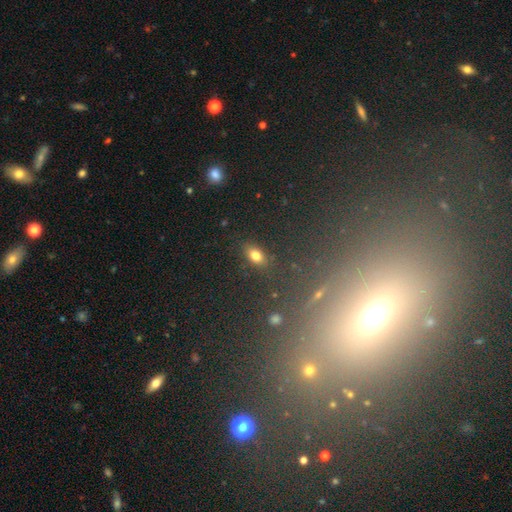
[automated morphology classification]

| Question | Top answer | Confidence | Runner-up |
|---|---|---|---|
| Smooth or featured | smooth | 77% | star or artifact (13%) |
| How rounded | in between | 84% | round (12%) |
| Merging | none | 84% | minor disturbance (10%) |